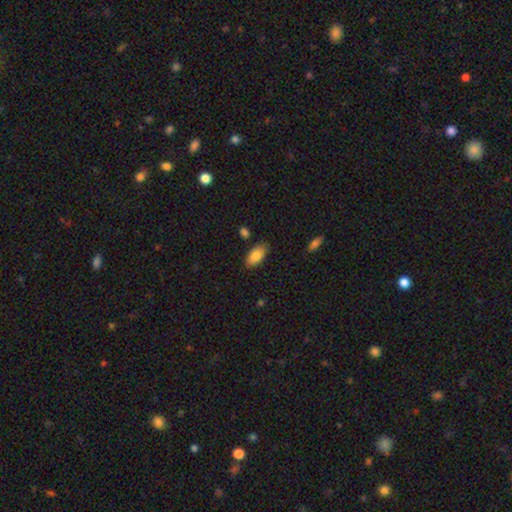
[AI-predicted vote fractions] smooth-or-featured: smooth: 85% | featured or disk: 8% | star or artifact: 7%
  how-rounded: in between: 92% | cigar-shaped: 5% | round: 3%
  merging: none: 82% | minor disturbance: 13% | major disturbance: 3% | merger: 3%